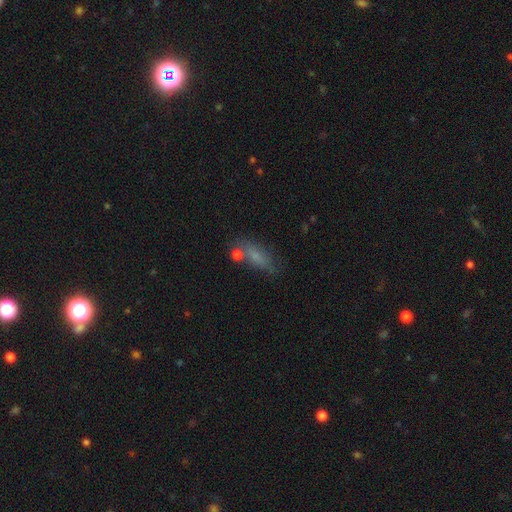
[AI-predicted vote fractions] Smooth or featured: smooth — 68% (featured or disk — 17%)
How rounded: in between — 61% (cigar-shaped — 34%)
Merging: none — 58% (minor disturbance — 19%)